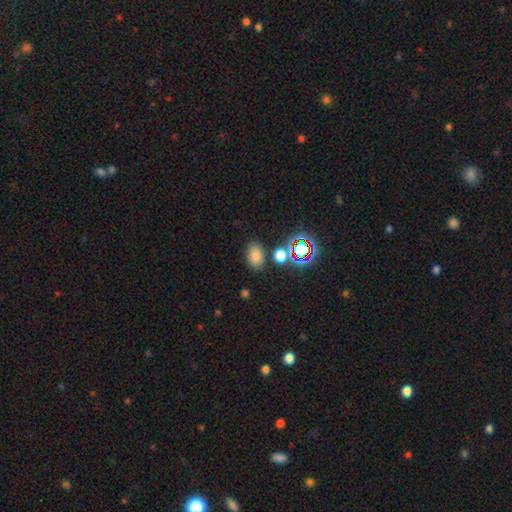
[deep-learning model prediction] smooth_or_featured: smooth (p=0.74) [alt: star or artifact p=0.19]
how_rounded: in between (p=0.83) [alt: round p=0.16]
merging: none (p=0.79) [alt: minor disturbance p=0.11]